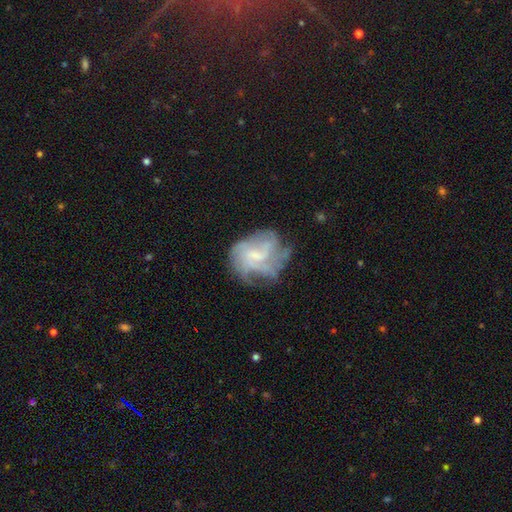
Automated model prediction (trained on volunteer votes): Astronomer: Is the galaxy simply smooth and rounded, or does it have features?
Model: featured or disk — 69%.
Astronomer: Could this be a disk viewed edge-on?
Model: no — 98%.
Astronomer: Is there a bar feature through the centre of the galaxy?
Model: no — 47% (runner-up: weak, 45%).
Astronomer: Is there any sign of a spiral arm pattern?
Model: yes — 74%.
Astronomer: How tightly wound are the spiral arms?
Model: medium — 39% (runner-up: tight, 38%).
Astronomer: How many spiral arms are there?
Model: can't tell — 46%.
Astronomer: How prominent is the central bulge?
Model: small — 36% (runner-up: none, 31%).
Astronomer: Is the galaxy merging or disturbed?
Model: none — 50%.